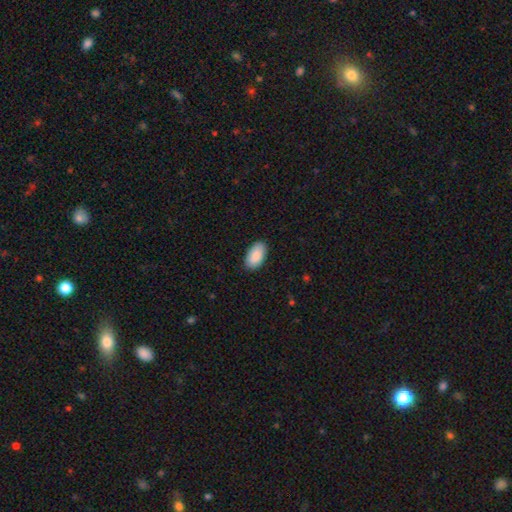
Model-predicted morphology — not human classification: Overall: smooth (90%). How rounded: in between (96%). Merging: none (88%).